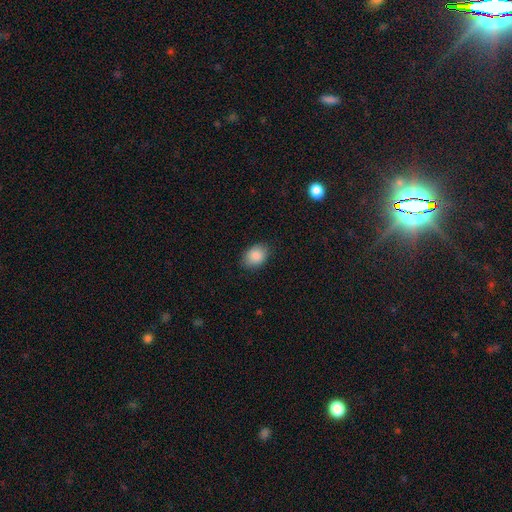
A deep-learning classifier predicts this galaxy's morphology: Smooth or featured? smooth (87%)
How rounded? in between (73%)
Merging? none (85%)